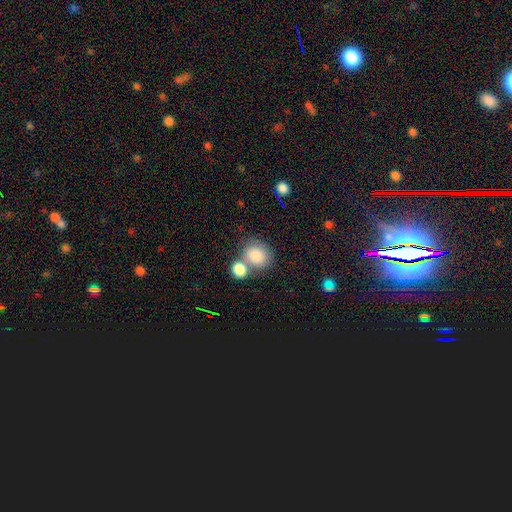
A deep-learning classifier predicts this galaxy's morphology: Smooth or featured?
  - smooth: 84% *
  - featured or disk: 9%
  - star or artifact: 8%
How rounded?
  - round: 60% *
  - in between: 39%
  - cigar-shaped: 1%
Merging?
  - none: 44% *
  - merger: 40%
  - minor disturbance: 11%
  - major disturbance: 5%